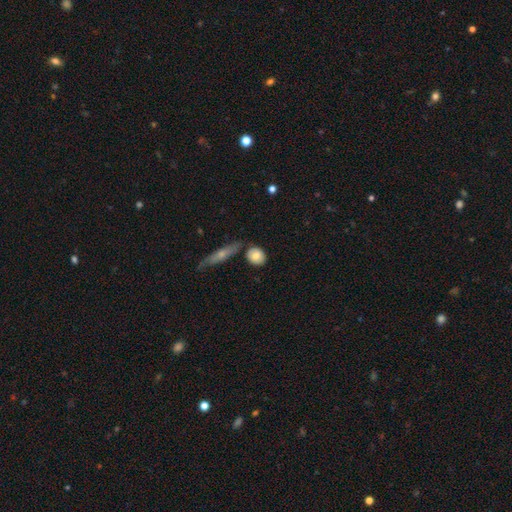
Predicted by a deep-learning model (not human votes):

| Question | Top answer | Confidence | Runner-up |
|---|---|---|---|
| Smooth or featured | smooth | 79% | featured or disk (14%) |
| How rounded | round | 56% | in between (40%) |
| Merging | none | 71% | minor disturbance (16%) |